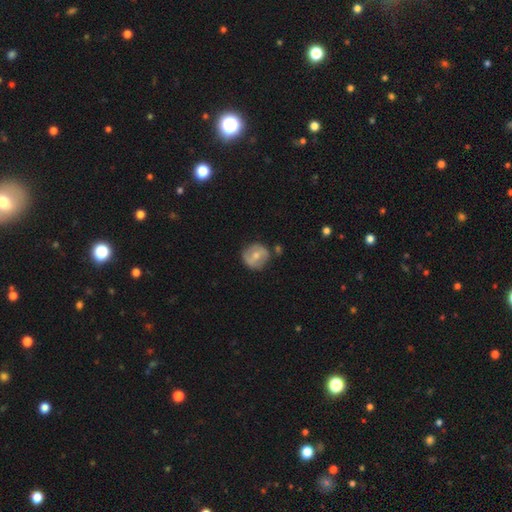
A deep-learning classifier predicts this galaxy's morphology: Smooth or featured?
  - featured or disk: 48% *
  - smooth: 46%
  - star or artifact: 7%
Merging?
  - none: 72% *
  - minor disturbance: 18%
  - merger: 5%
  - major disturbance: 5%